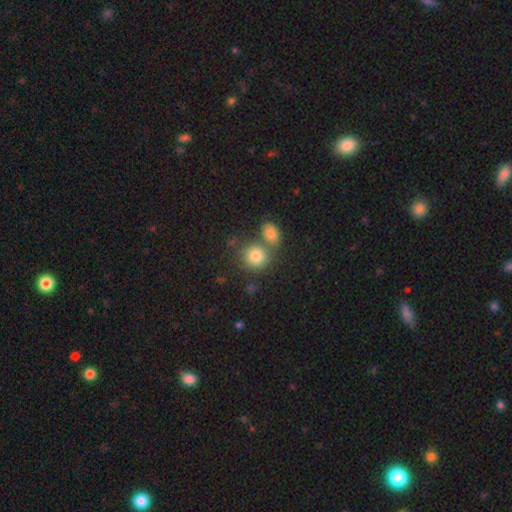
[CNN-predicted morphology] This appears to be a smooth galaxy with no disk features (81%) that is round (80%). Merging: none (54%).